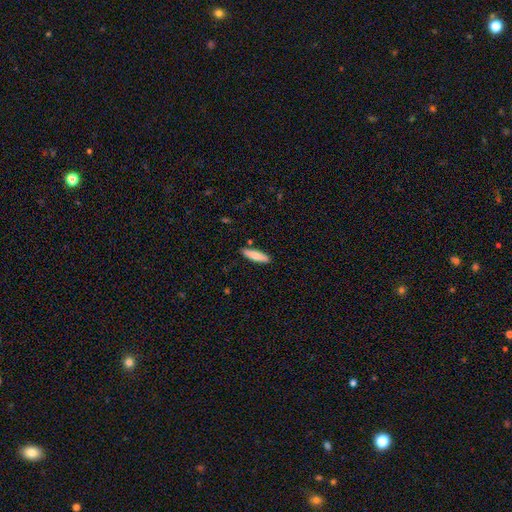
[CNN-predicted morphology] Overall: smooth (79%). How rounded: cigar-shaped (72%). Merging: none (87%).